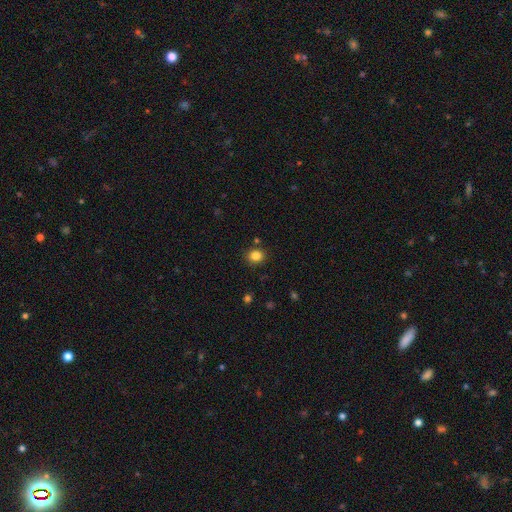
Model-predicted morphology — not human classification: This appears to be a smooth galaxy with no disk features (84%) that is round (78%). Merging: none (86%).